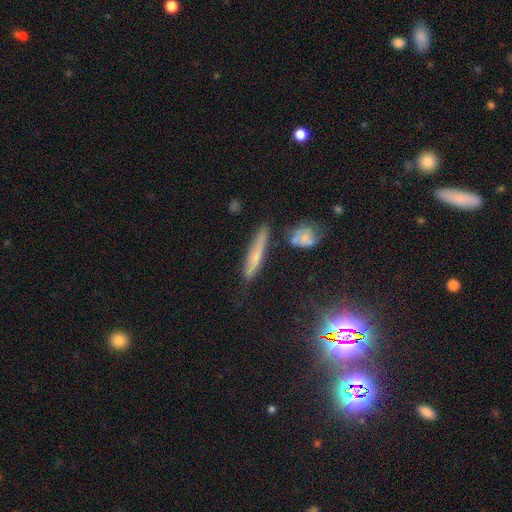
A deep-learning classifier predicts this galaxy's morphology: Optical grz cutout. It shows a smooth galaxy with no disk features (52%) that is cigar-shaped (89%). Merging: none (72%).